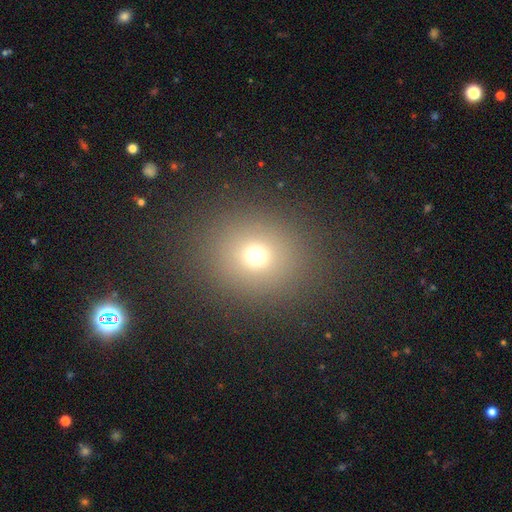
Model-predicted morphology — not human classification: A smooth galaxy with no disk features (69%) that is round (81%).

Vote fractions:
- Smooth or featured? smooth: 69% / star or artifact: 21% / featured or disk: 10%
- How rounded? round: 81% / in between: 18% / cigar-shaped: 1%
- Merging? none: 86% / minor disturbance: 7% / major disturbance: 5% / merger: 2%